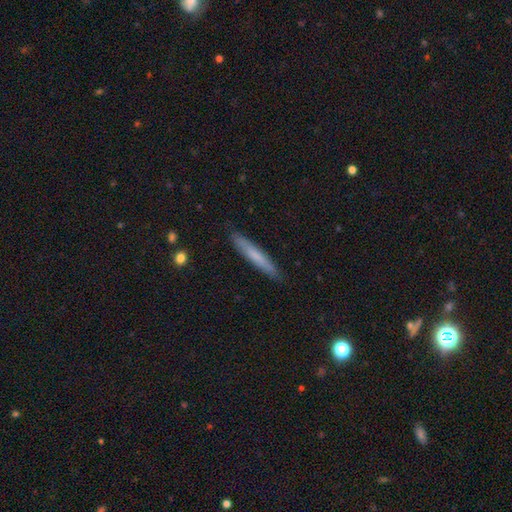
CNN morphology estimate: Q: Smooth or featured?
A: smooth (67%); runner-up: featured or disk (27%)
Q: How rounded?
A: cigar-shaped (95%); runner-up: in between (4%)
Q: Merging?
A: none (89%); runner-up: minor disturbance (8%)